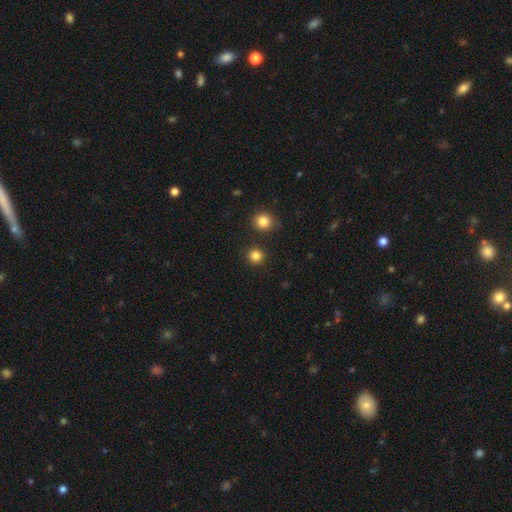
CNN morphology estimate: Smooth or featured? Predicted: smooth (p=0.84). How rounded? Predicted: round (p=0.93). Merging? Predicted: none (p=0.89).